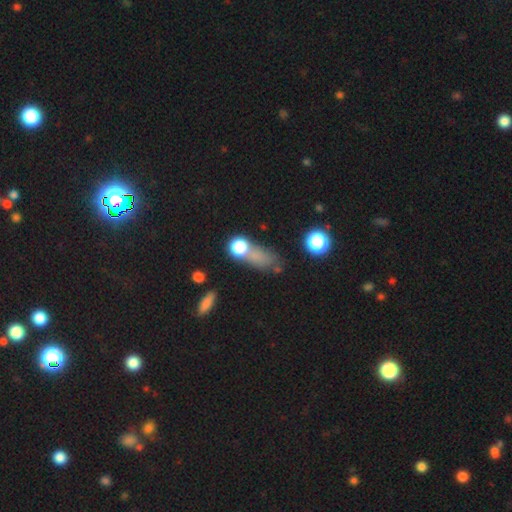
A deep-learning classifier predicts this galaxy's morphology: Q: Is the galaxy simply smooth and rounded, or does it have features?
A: smooth — 67%.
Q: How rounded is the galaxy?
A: in between — 46%.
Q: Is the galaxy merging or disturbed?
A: none — 43%.